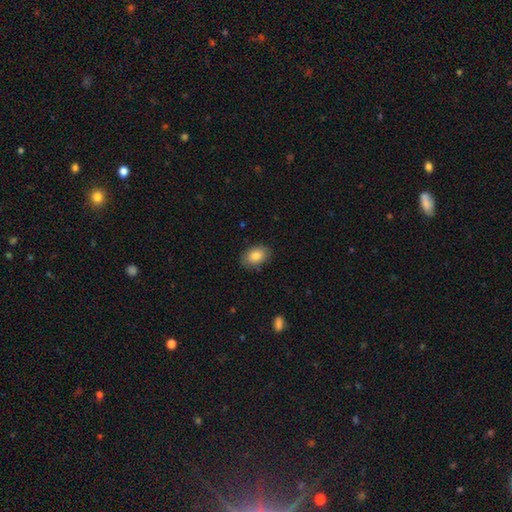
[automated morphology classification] Smooth or featured: smooth — 86% (featured or disk — 7%)
How rounded: in between — 86% (round — 13%)
Merging: none — 85% (minor disturbance — 12%)